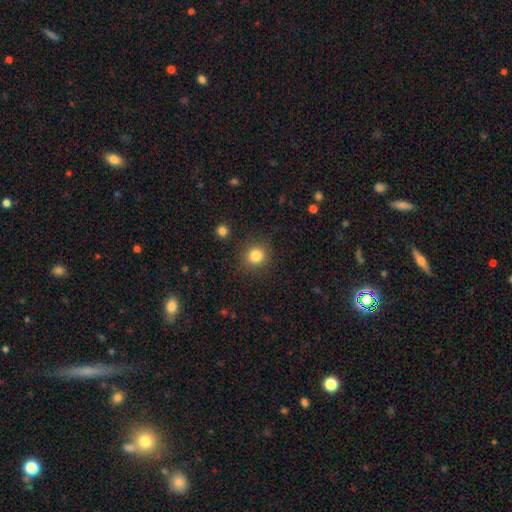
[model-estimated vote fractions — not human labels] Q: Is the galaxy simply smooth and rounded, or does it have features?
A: smooth — 83%.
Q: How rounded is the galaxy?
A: round — 91%.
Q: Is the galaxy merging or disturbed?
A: none — 88%.